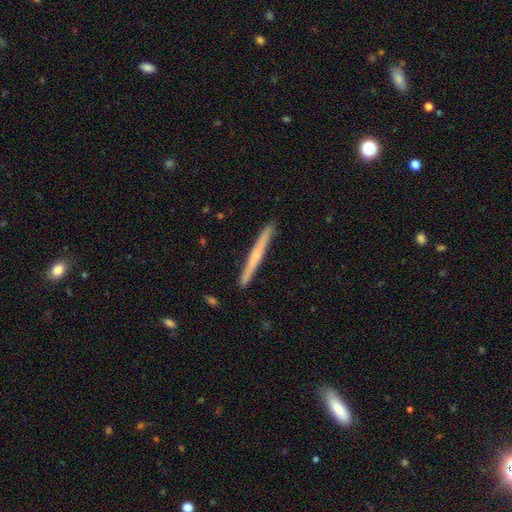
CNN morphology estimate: smooth-or-featured: featured or disk: 50% | smooth: 44% | star or artifact: 6%
  disk-edge-on: yes: 97% | no: 3%
  merging: none: 91% | minor disturbance: 6% | major disturbance: 1% | merger: 1%